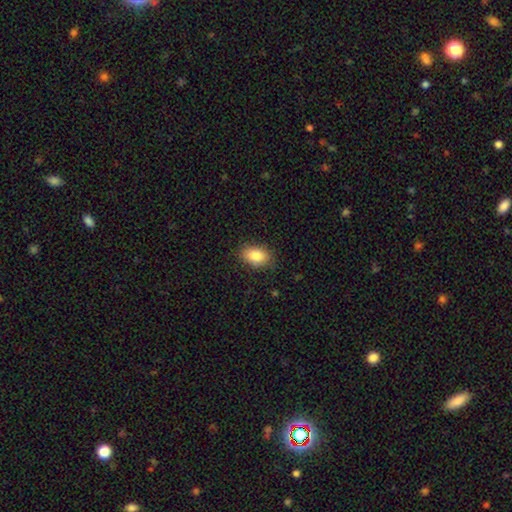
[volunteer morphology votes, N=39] smooth 92%, featured or disk 5%, star or artifact 3%. Down the decision tree: how rounded — in between (81%); merging — none (92%).